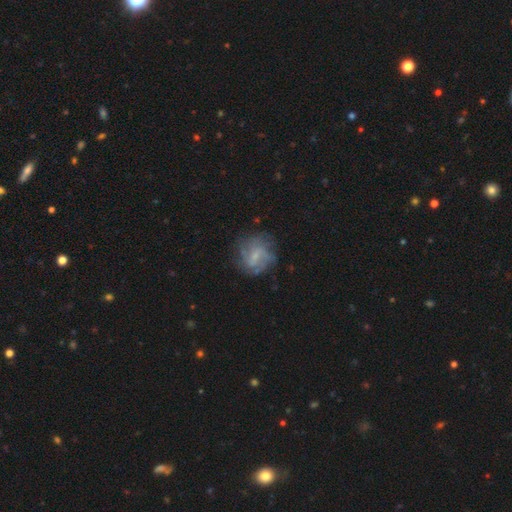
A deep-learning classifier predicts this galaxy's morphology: Q: Smooth or featured?
A: featured or disk (61%); runner-up: smooth (29%)
Q: Edge-on disk?
A: no (97%); runner-up: yes (3%)
Q: Bar?
A: weak (55%); runner-up: no (31%)
Q: Spiral arms?
A: yes (74%); runner-up: no (26%)
Q: Bulge size?
A: small (52%); runner-up: none (23%)
Q: Merging?
A: none (67%); runner-up: minor disturbance (19%)